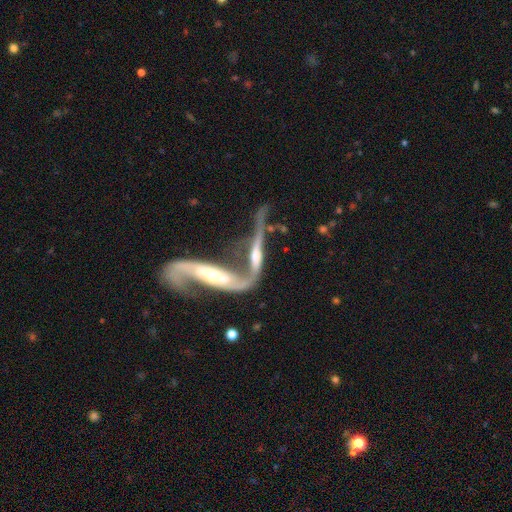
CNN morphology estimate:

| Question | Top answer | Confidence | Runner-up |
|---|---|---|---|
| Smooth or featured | featured or disk | 76% | smooth (16%) |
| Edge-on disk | no | 52% | yes (48%) |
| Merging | merger | 70% | none (12%) |